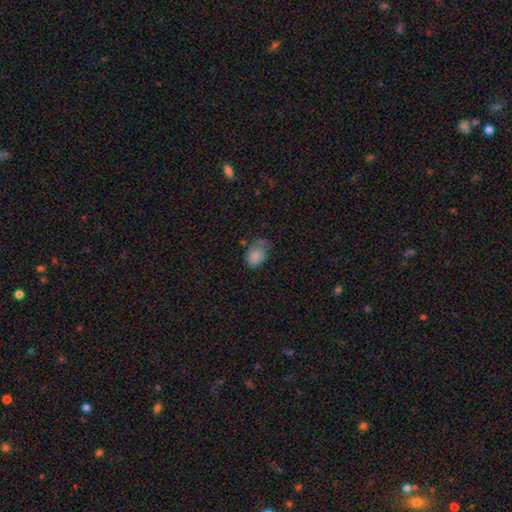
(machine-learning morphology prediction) The model was most divided on "merging" (2-way tie): minor disturbance: 38%, none: 38%, major disturbance: 20%, merger: 4%. More confident: smooth or featured — smooth (78%); how rounded — in between (78%).